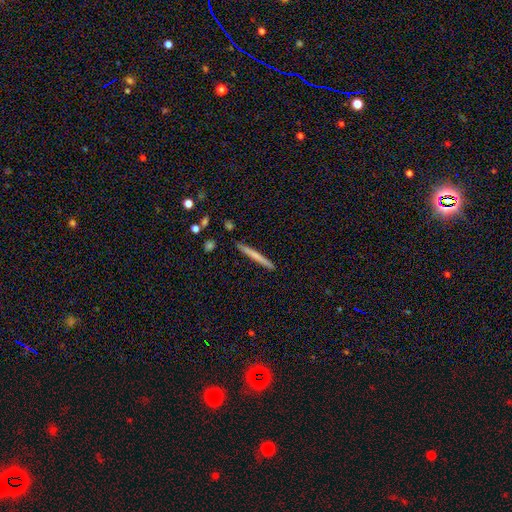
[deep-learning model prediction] smooth_or_featured: smooth (p=0.62) [alt: featured or disk p=0.33]
how_rounded: cigar-shaped (p=0.97) [alt: in between p=0.02]
merging: none (p=0.91) [alt: minor disturbance p=0.06]